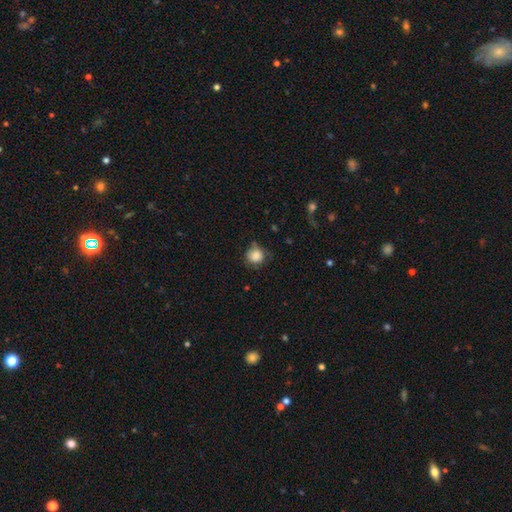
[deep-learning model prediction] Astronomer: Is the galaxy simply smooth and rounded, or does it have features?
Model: smooth — 83%.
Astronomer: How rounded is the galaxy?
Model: round — 82%.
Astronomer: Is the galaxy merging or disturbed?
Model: none — 57%.